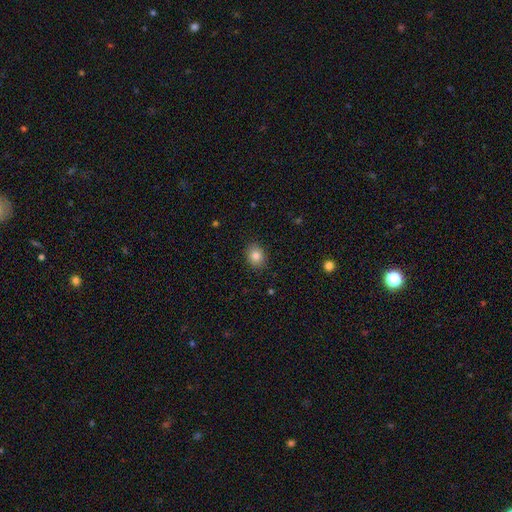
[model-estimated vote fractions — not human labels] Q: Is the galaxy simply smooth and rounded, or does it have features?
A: smooth — 83%.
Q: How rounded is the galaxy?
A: round — 57%.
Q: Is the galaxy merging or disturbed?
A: none — 89%.